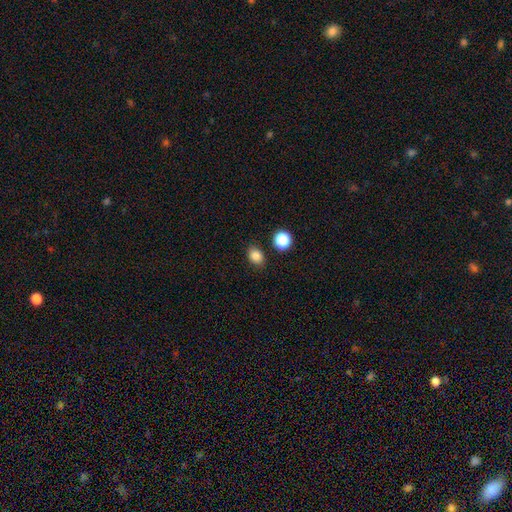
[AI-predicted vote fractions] Smooth or featured? smooth (84%)
How rounded? in between (62%)
Merging? none (83%)